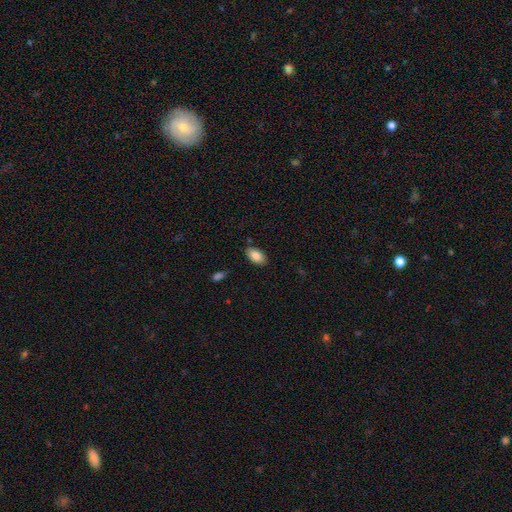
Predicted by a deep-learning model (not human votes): Morphology: type=smooth (86%); roundness=in between (94%); merging=none (83%).